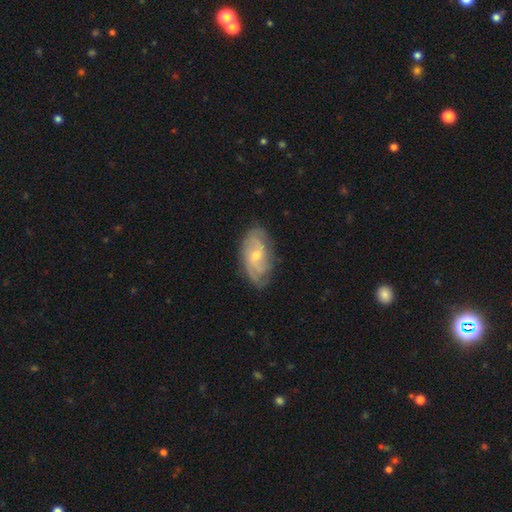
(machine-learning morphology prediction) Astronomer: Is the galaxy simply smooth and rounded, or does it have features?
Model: featured or disk — 76%.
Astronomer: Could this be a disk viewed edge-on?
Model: no — 94%.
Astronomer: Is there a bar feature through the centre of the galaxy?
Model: no — 52% (runner-up: weak, 41%).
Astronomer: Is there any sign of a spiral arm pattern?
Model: yes — 93%.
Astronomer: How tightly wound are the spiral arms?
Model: tight — 44% (runner-up: medium, 40%).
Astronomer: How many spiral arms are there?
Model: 2 — 40% (runner-up: can't tell, 30%).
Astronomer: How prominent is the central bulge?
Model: small — 56% (runner-up: moderate, 40%).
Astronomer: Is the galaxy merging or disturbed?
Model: none — 76%.